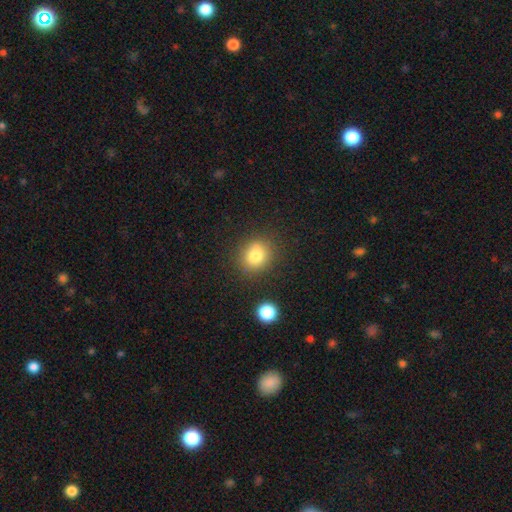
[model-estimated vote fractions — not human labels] Smooth or featured?
  - smooth: 79% *
  - star or artifact: 12%
  - featured or disk: 8%
How rounded?
  - round: 79% *
  - in between: 20%
  - cigar-shaped: 1%
Merging?
  - none: 79% *
  - minor disturbance: 12%
  - merger: 6%
  - major disturbance: 4%